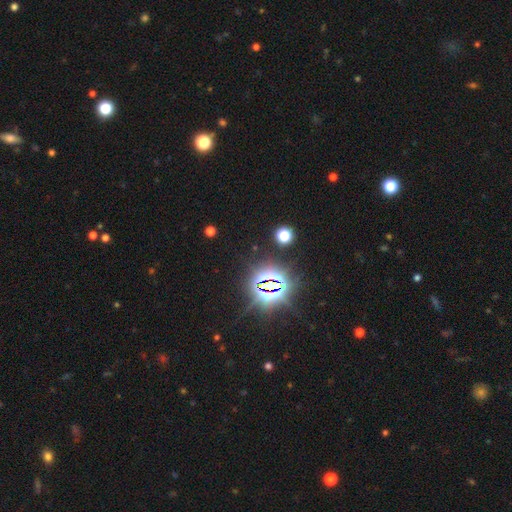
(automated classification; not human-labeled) smooth-or-featured: star or artifact: 84% | smooth: 10% | featured or disk: 6%